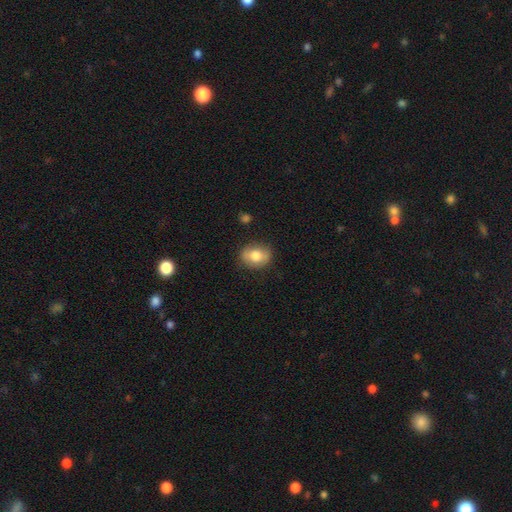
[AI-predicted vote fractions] smooth 76%, featured or disk 17%, star or artifact 8%. Down the decision tree: how rounded — in between (55%); merging — none (82%).